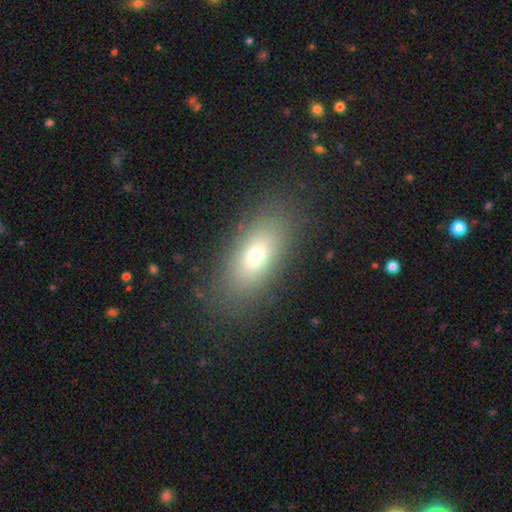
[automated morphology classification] Q: Smooth or featured?
A: smooth (69%); runner-up: featured or disk (18%)
Q: How rounded?
A: in between (80%); runner-up: cigar-shaped (14%)
Q: Merging?
A: none (86%); runner-up: minor disturbance (9%)